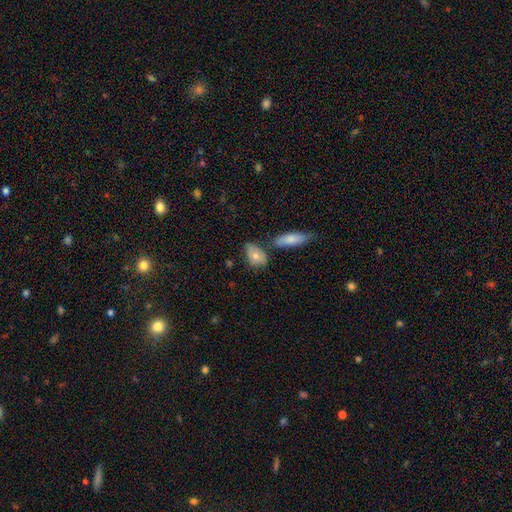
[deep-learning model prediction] Smooth or featured?
  - smooth: 71% *
  - featured or disk: 23%
  - star or artifact: 7%
How rounded?
  - in between: 79% *
  - round: 17%
  - cigar-shaped: 4%
Merging?
  - none: 54% *
  - minor disturbance: 24%
  - merger: 16%
  - major disturbance: 6%